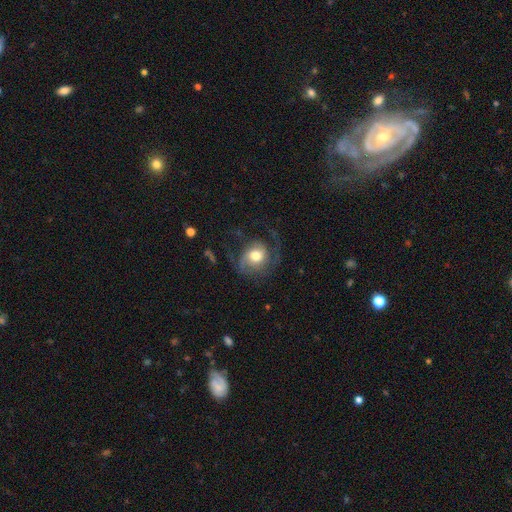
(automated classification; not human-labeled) This appears to be a featured or disk galaxy (61%) with no bar (71%), 2 (43%) medium (41%) spiral arms (88%) and a moderate central bulge (56%). Merging: none (51%).